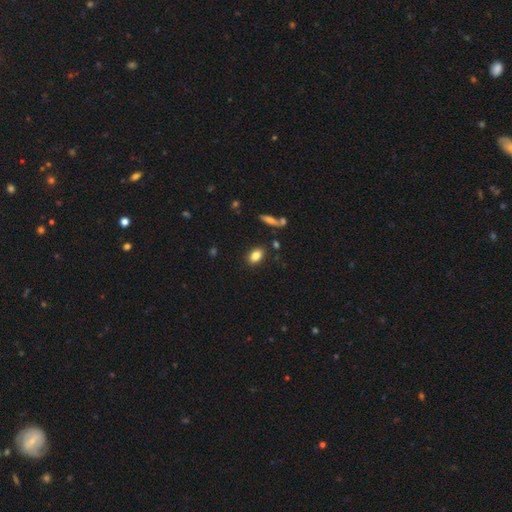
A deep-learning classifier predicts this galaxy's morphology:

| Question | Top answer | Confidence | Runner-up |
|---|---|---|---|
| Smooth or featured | smooth | 82% | star or artifact (9%) |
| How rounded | in between | 83% | round (14%) |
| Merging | none | 84% | minor disturbance (10%) |